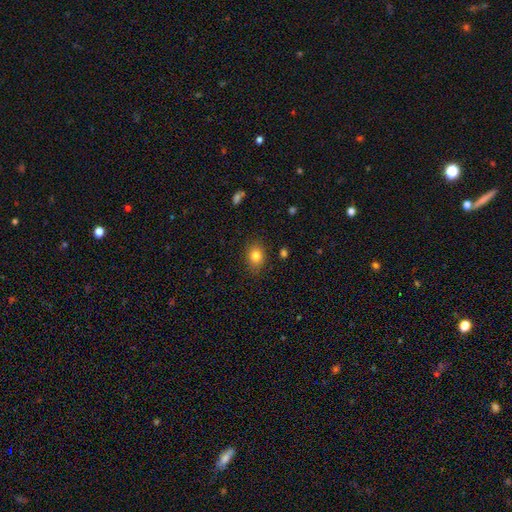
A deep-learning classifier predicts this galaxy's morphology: Smooth or featured?
  - smooth: 83% *
  - star or artifact: 10%
  - featured or disk: 7%
How rounded?
  - in between: 54% *
  - round: 45%
  - cigar-shaped: 1%
Merging?
  - none: 84% *
  - minor disturbance: 12%
  - major disturbance: 3%
  - merger: 1%